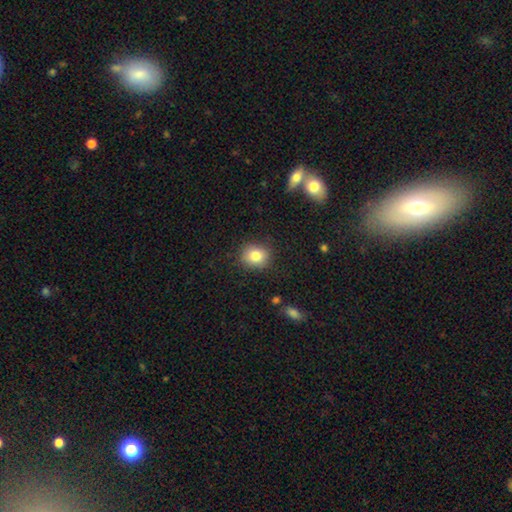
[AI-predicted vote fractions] smooth 82%, star or artifact 10%, featured or disk 8%. Down the decision tree: how rounded — round (73%); merging — none (85%).